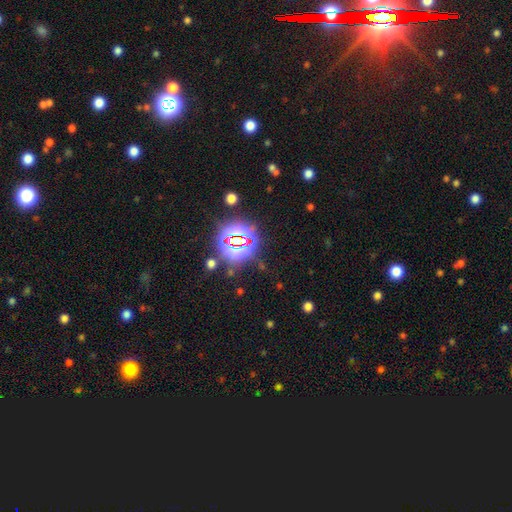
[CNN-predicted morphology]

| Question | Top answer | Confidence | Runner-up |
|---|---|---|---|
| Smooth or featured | star or artifact | 82% | smooth (11%) |